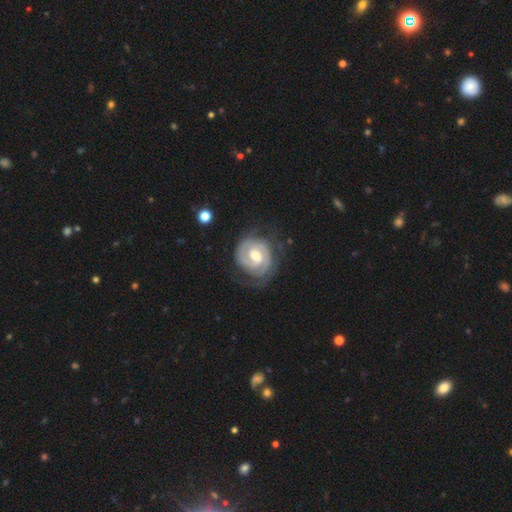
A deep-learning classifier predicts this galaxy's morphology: A featured or disk galaxy (90%) with a weak bar (50%), 2 (73%) tight (73%) spiral arms (98%) and a moderate central bulge (69%). Merging: none (74%).